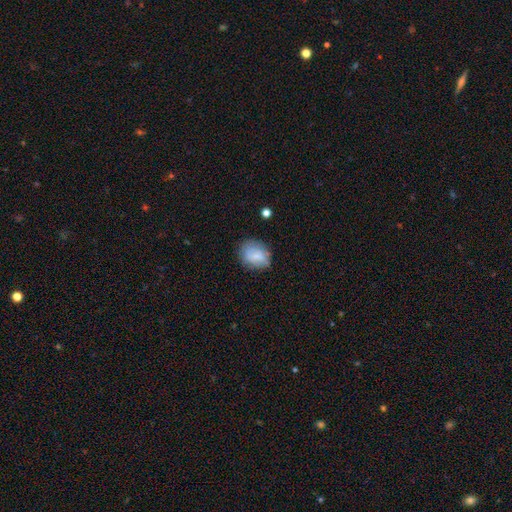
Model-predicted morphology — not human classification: The model was most divided on "how rounded": in between: 65%, round: 33%, cigar-shaped: 1%. More confident: smooth or featured — smooth (72%); merging — none (69%).